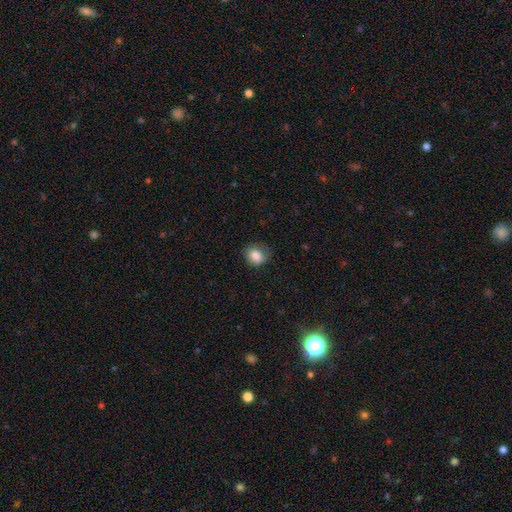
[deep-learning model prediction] Q: Smooth or featured?
A: smooth (85%); runner-up: star or artifact (9%)
Q: How rounded?
A: round (63%); runner-up: in between (36%)
Q: Merging?
A: none (71%); runner-up: minor disturbance (22%)